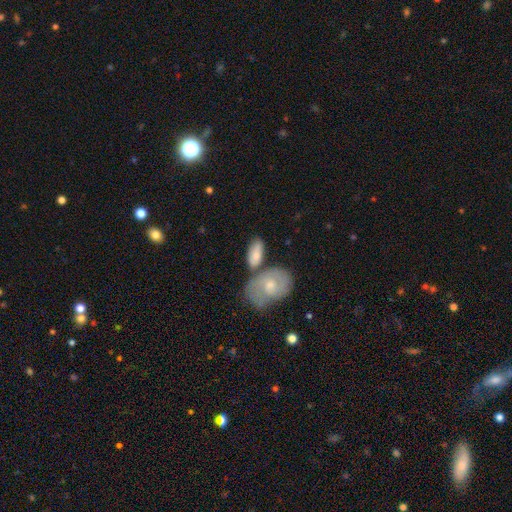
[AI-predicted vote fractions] Smooth or featured: smooth — 66% (featured or disk — 27%)
How rounded: in between — 88% (round — 6%)
Merging: none — 47% (merger — 28%)